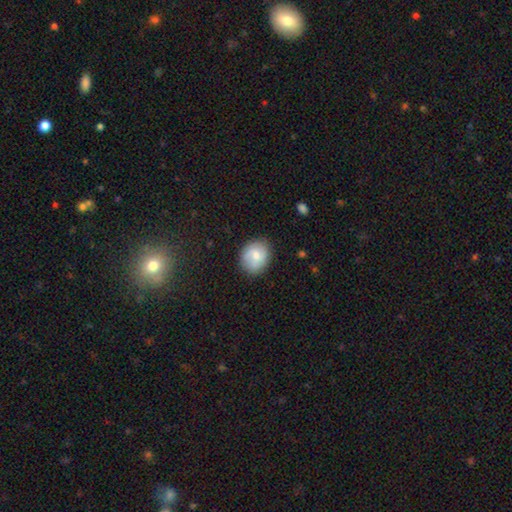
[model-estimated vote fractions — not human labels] The model was most divided on "how rounded": round: 60%, in between: 39%, cigar-shaped: 1%. More confident: merging — none (81%); smooth or featured — smooth (66%).